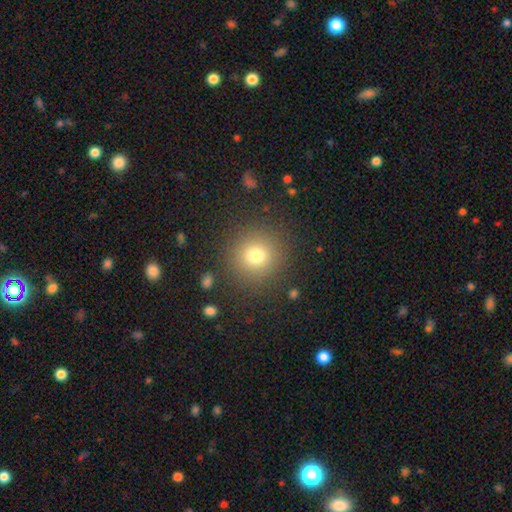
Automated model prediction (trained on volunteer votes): This appears to be a smooth galaxy with no disk features (76%) that is round (93%). Merging: none (88%).